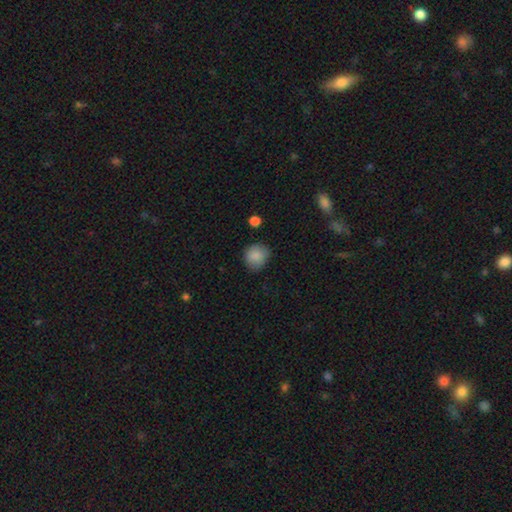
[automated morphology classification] Overall: smooth (86%). How rounded: round (83%). Merging: none (76%).